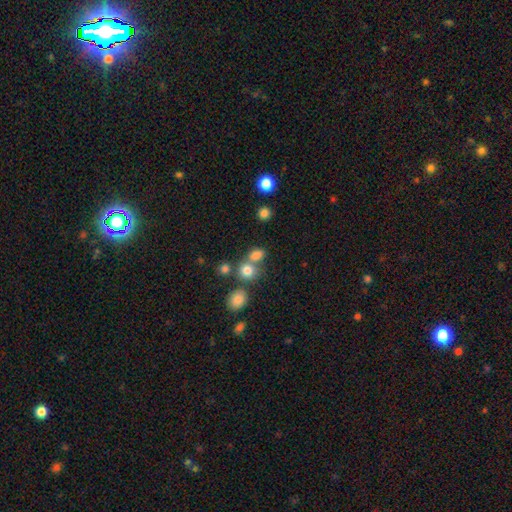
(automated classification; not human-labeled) This is likely a smooth galaxy (78%). How rounded: possibly round (57%). Merging: possibly none (50%).